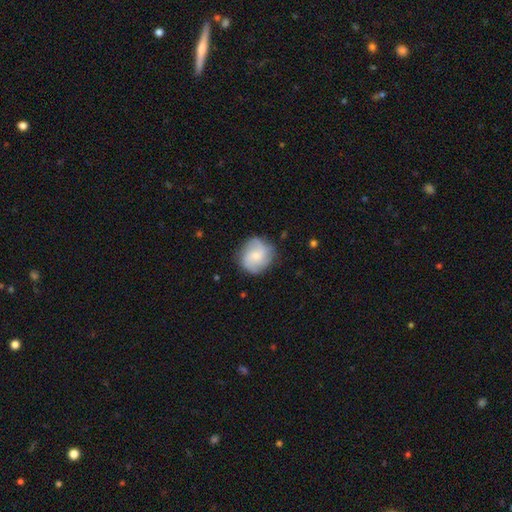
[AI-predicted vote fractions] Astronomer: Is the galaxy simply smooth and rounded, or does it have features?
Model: featured or disk — 52% (runner-up: smooth, 41%).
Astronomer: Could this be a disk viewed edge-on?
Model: no — 97%.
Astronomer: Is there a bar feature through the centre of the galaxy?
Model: no — 62%.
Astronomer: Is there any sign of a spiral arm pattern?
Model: yes — 89%.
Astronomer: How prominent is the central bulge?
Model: small — 54% (runner-up: moderate, 35%).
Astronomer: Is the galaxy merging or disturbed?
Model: none — 77%.